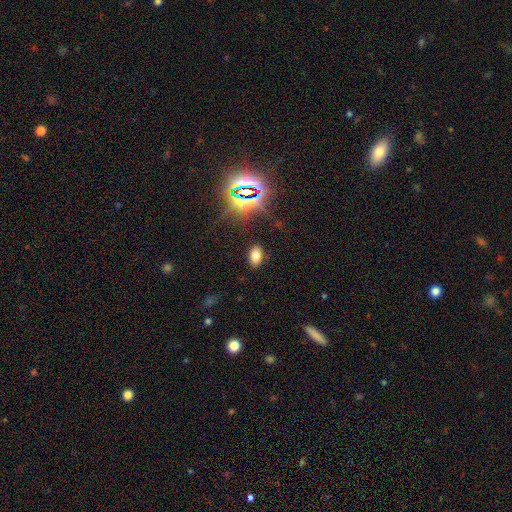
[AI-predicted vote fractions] Morphology: type=smooth (68%); roundness=in between (90%); merging=none (87%).